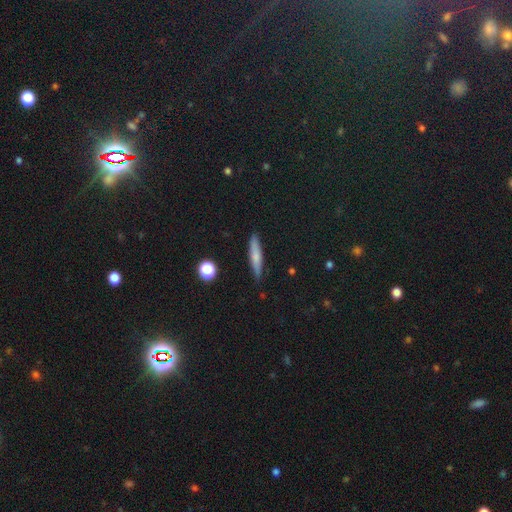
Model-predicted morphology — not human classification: smooth 63%, featured or disk 28%, star or artifact 9%. Down the decision tree: how rounded — cigar-shaped (87%); merging — none (86%).